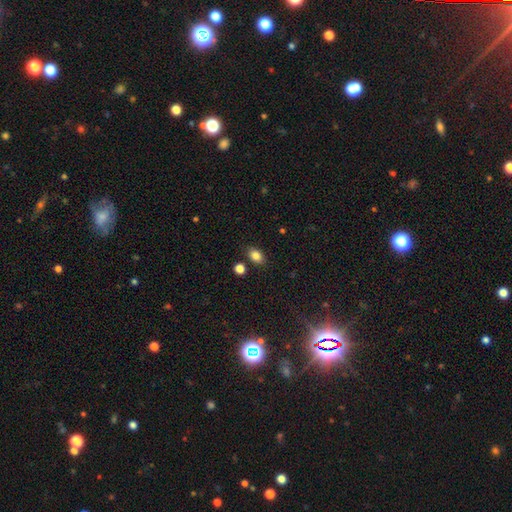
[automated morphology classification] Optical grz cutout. It shows a smooth galaxy with no disk features (84%) that is in between round and cigar-shaped (76%). Merging: none (80%).